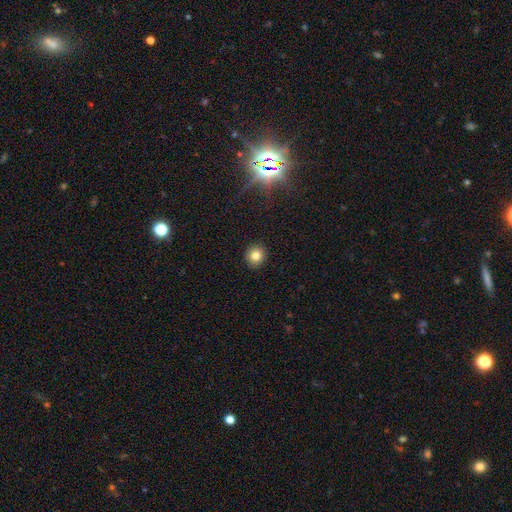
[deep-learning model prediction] The model was most divided on "smooth or featured": smooth: 81%, star or artifact: 12%, featured or disk: 7%. More confident: merging — none (92%); how rounded — round (86%).